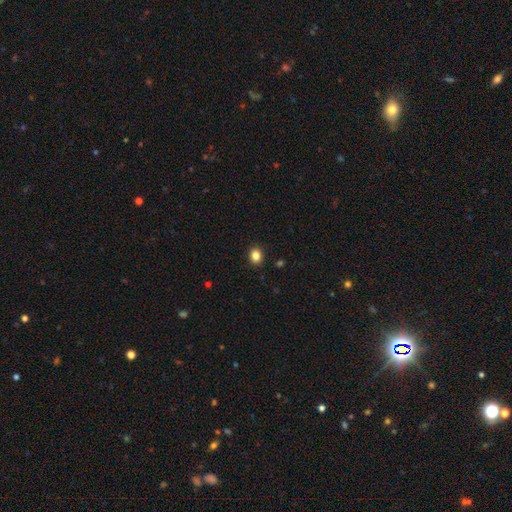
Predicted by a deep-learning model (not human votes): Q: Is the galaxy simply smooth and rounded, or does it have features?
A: smooth — 84%.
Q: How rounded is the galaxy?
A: round — 61%.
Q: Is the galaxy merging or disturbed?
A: none — 91%.